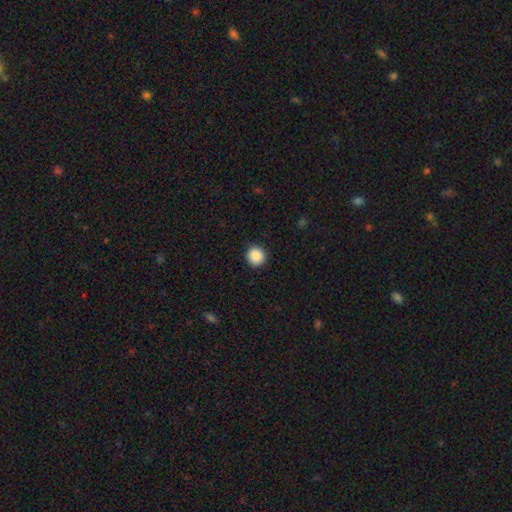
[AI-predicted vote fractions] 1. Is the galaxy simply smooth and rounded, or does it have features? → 89% smooth, 9% star or artifact, 2% featured or disk.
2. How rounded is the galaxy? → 94% round, 5% in between, 1% cigar-shaped.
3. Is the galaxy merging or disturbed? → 91% none, 6% minor disturbance, 2% major disturbance, 1% merger.